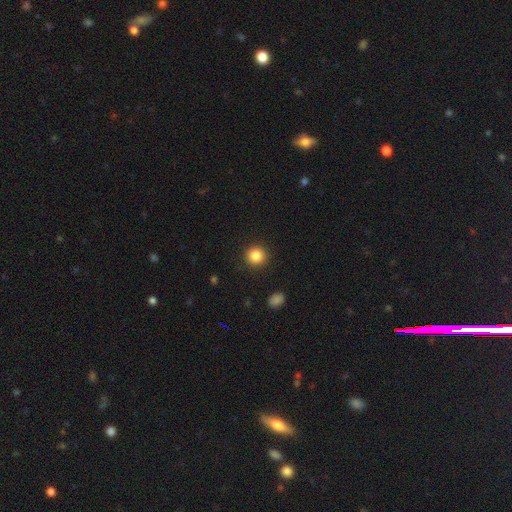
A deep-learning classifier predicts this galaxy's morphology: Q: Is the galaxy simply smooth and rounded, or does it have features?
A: smooth — 85%.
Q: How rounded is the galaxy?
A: round — 93%.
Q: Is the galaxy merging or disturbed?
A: none — 92%.